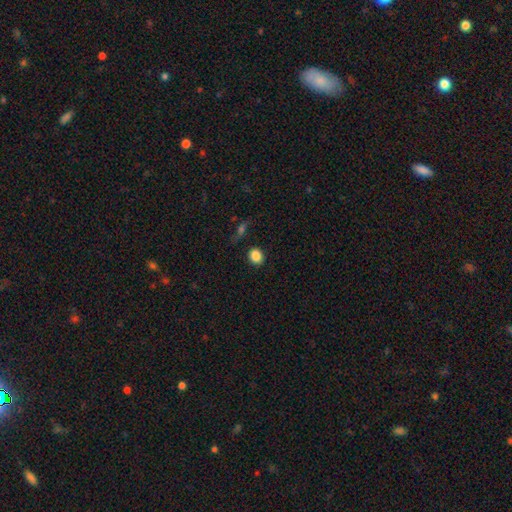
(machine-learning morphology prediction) Smooth or featured: smooth — 86% (star or artifact — 10%)
How rounded: round — 68% (in between — 31%)
Merging: none — 85% (minor disturbance — 10%)